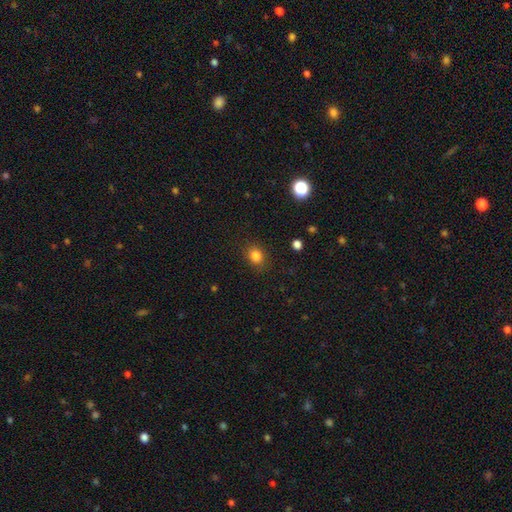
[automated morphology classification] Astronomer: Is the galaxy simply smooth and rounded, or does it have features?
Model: smooth — 84%.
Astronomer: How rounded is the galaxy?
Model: round — 55% (runner-up: in between, 44%).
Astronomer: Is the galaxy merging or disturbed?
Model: none — 86%.